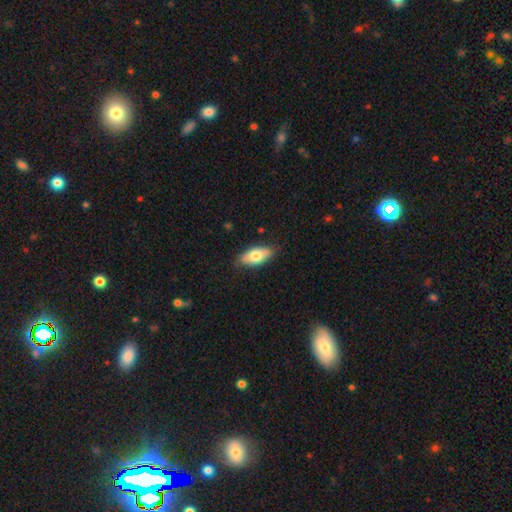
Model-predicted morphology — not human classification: Smooth or featured?
  - smooth: 74% *
  - featured or disk: 20%
  - star or artifact: 6%
How rounded?
  - in between: 87% *
  - cigar-shaped: 10%
  - round: 3%
Merging?
  - none: 81% *
  - minor disturbance: 15%
  - major disturbance: 2%
  - merger: 1%